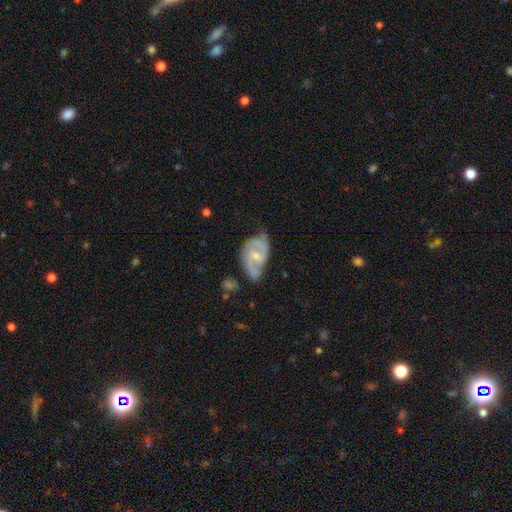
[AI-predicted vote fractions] Overall: featured or disk (75%). Edge-on disk: no (97%). Bar: weak (50%; no 37%). Spiral arms: yes (89%). Spiral arm count: 2 (74%). Spiral winding: medium (48%; tight 31%). Bulge size: small (52%; moderate 39%). Merging: none (46%; minor disturbance 34%).